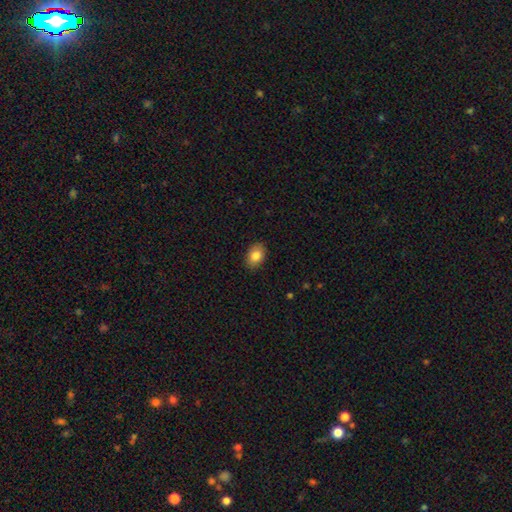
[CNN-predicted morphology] smooth_or_featured: smooth (p=0.84) [alt: featured or disk p=0.08]
how_rounded: in between (p=0.79) [alt: round p=0.20]
merging: none (p=0.88) [alt: minor disturbance p=0.09]